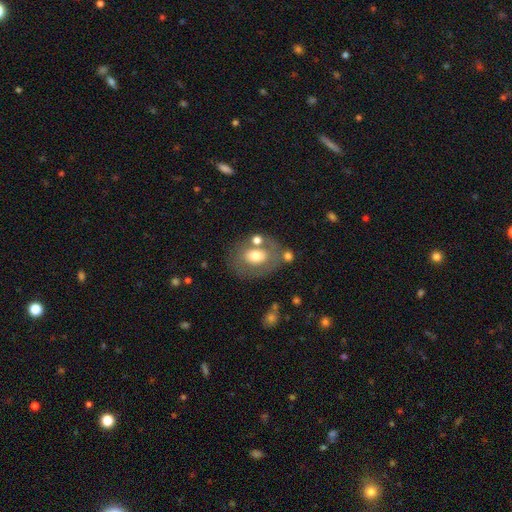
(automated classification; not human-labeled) Smooth or featured? Predicted: smooth (p=0.55). How rounded? Predicted: in between (p=0.56). Merging? Predicted: none (p=0.61).